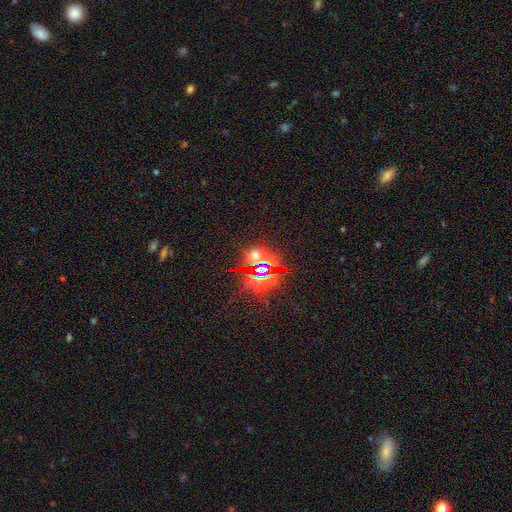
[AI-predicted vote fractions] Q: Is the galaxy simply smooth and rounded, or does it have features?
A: star or artifact — 73%.